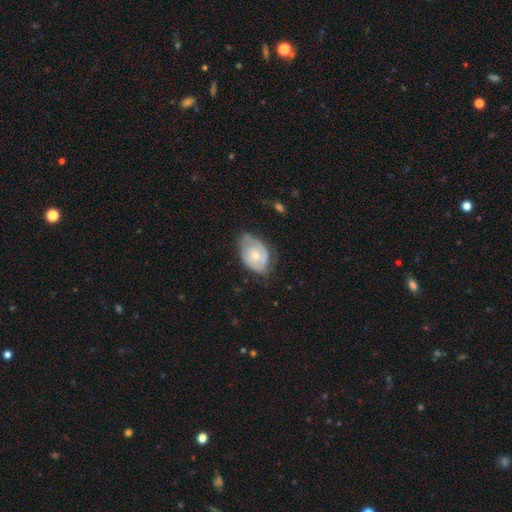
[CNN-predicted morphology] This is likely a featured or disk galaxy (60%). It is clearly not viewed edge-on (96%). Bar: likely no (77%). Spiral arm pattern: likely yes (71%). Central bulge: possibly moderate (59%). Merging: possibly none (49%).